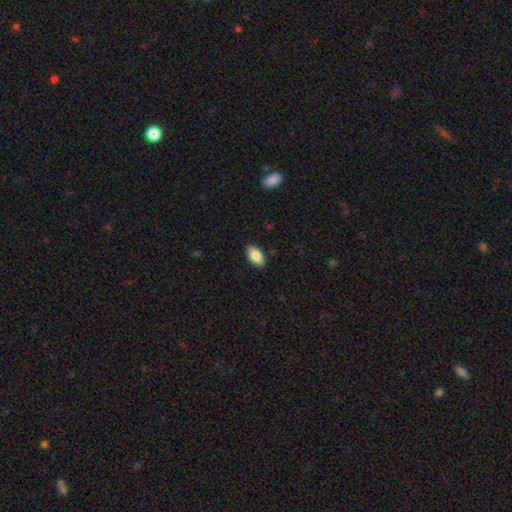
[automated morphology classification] type=smooth (86%); roundness=in between (93%); merging=none (88%).